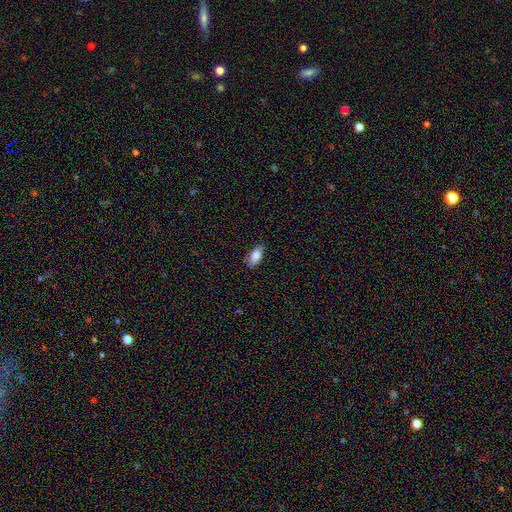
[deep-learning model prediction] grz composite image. It shows a smooth galaxy with no disk features (83%) that is in between round and cigar-shaped (89%). Merging: none (81%).